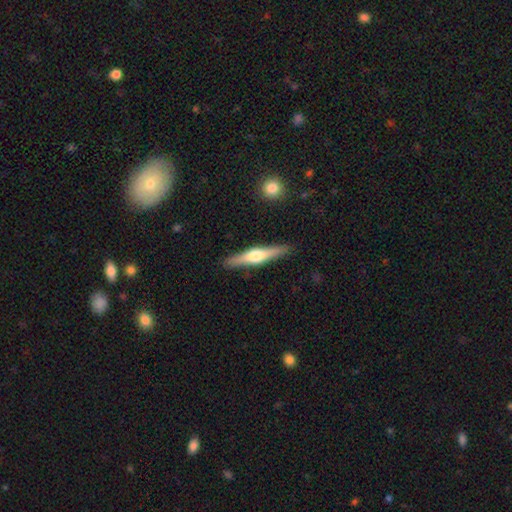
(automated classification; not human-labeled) This appears to be a featured or disk galaxy (62%) viewed edge-on (96%) with a rounded central bulge (91%). Merging: none (89%).